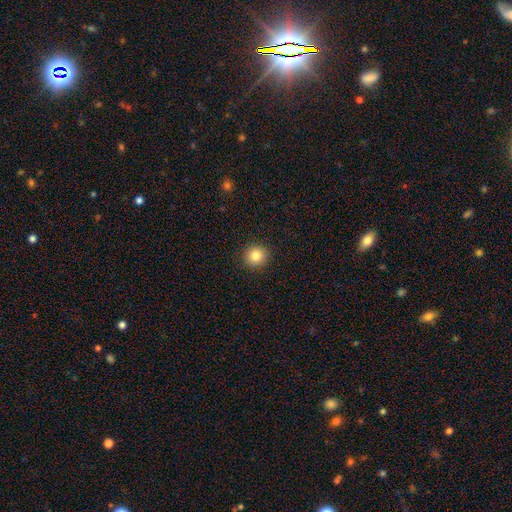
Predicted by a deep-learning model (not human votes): Overall: smooth (84%). How rounded: round (90%). Merging: none (91%).